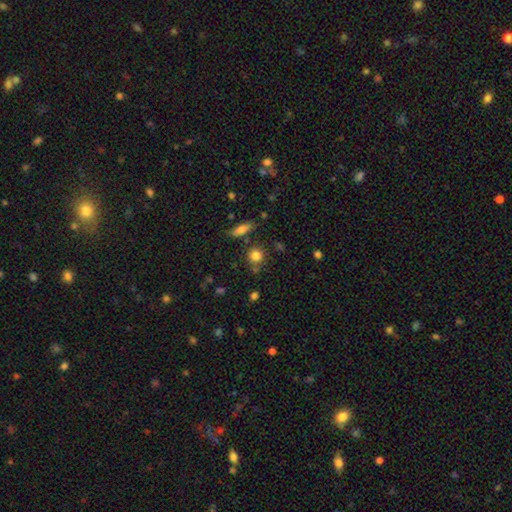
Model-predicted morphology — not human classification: Overall: smooth (81%). How rounded: round (85%). Merging: none (75%).